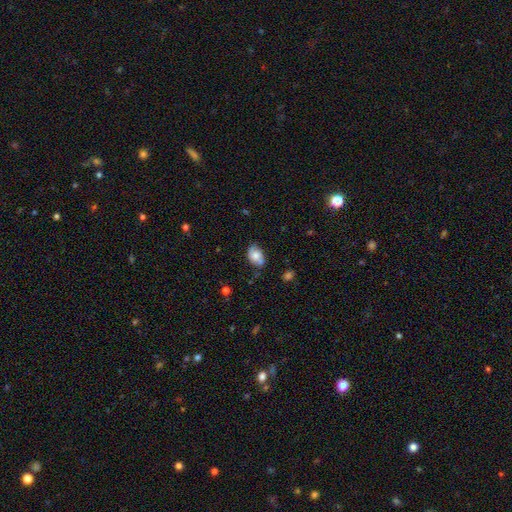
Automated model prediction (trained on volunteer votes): smooth_or_featured: smooth (p=0.59) [alt: featured or disk p=0.32]
how_rounded: in between (p=0.81) [alt: round p=0.17]
merging: none (p=0.57) [alt: minor disturbance p=0.29]